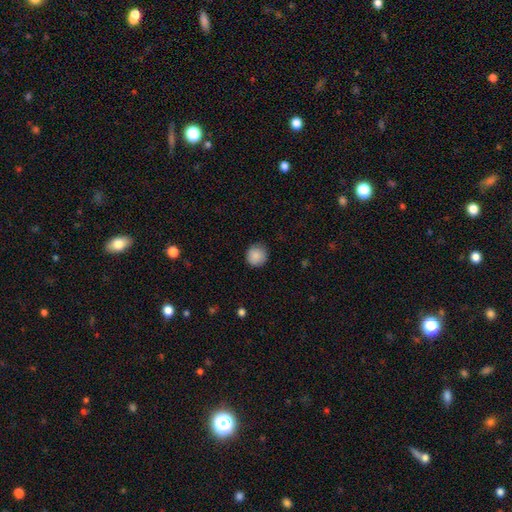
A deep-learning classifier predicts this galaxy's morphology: Smooth or featured: smooth — 88% (star or artifact — 8%)
How rounded: round — 93% (in between — 6%)
Merging: none — 86% (minor disturbance — 11%)